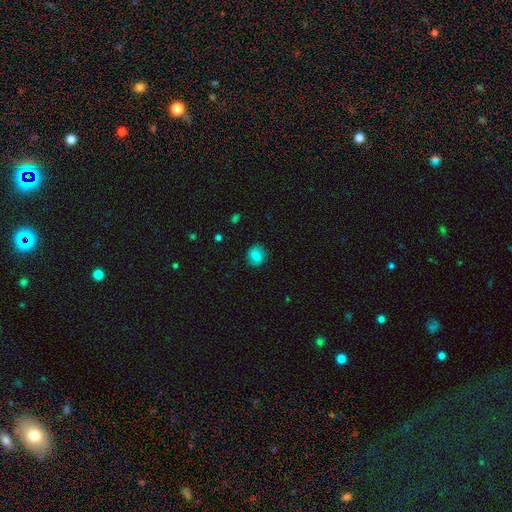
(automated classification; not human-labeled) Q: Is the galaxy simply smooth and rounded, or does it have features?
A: smooth — 76%.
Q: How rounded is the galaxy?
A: round — 79%.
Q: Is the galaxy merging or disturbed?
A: none — 85%.